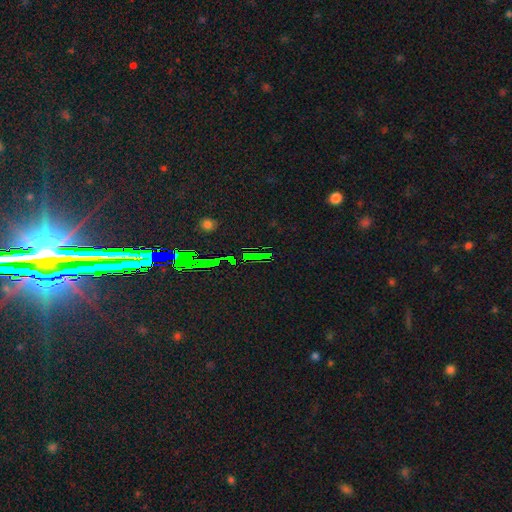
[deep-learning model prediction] Smooth or featured? star or artifact (78%)